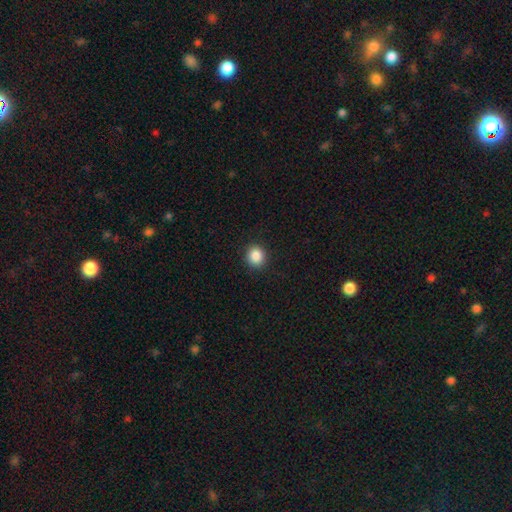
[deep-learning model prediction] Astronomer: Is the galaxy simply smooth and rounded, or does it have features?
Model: smooth — 87%.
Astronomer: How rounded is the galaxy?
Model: round — 89%.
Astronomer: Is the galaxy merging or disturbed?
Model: none — 91%.